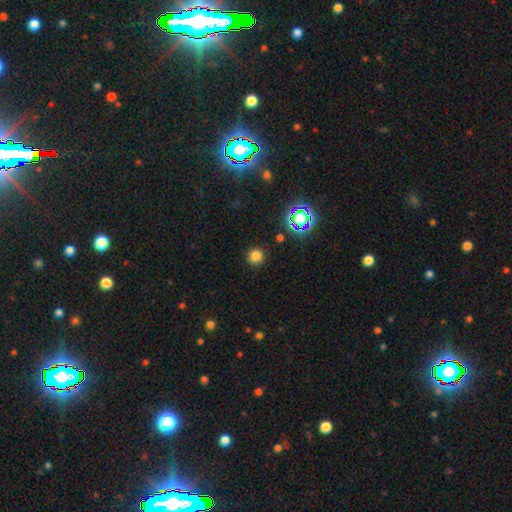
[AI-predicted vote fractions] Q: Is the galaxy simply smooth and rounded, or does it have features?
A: smooth — 77%.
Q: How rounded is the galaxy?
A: round — 95%.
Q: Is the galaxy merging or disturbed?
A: none — 90%.